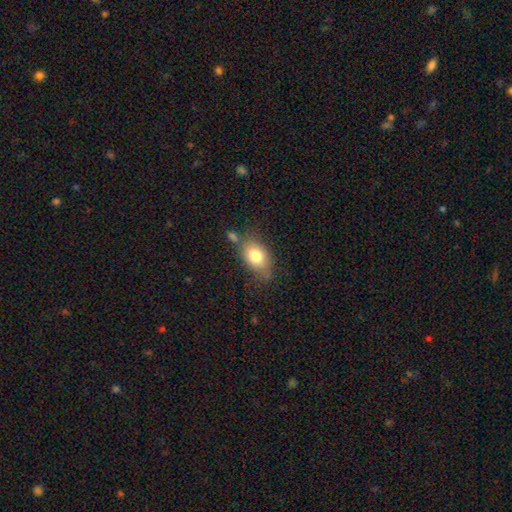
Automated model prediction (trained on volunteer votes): Overall: smooth (78%). How rounded: in between (82%). Merging: none (57%; minor disturbance 24%).